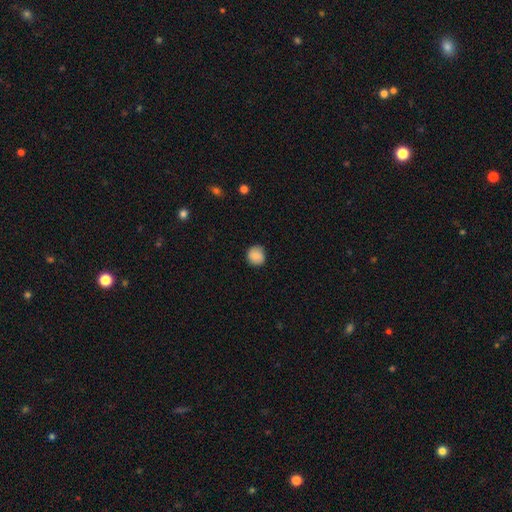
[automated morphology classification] smooth_or_featured: smooth (p=0.86) [alt: star or artifact p=0.08]
how_rounded: round (p=0.88) [alt: in between p=0.11]
merging: none (p=0.86) [alt: minor disturbance p=0.11]